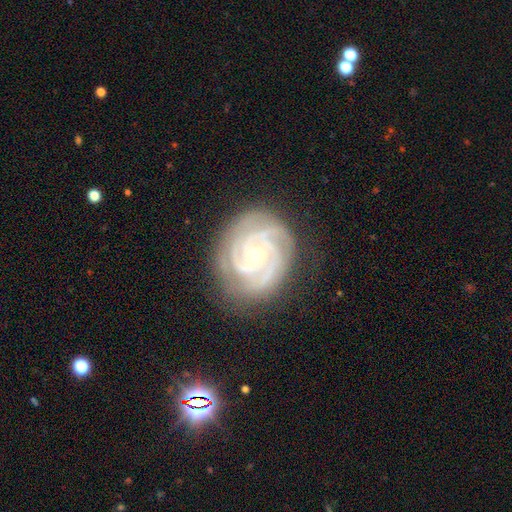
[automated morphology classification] This is clearly a featured or disk galaxy (91%). It is clearly not viewed edge-on (98%). Bar: likely no (66%). Spiral arm pattern: clearly yes (98%). Spiral arm count: possibly 3 (48%). Spiral winding: likely tight (80%). Central bulge: possibly moderate (52%). Merging: clearly none (81%).